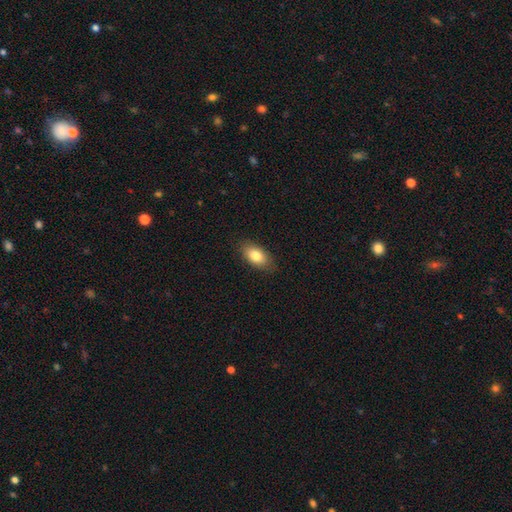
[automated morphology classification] Q: Smooth or featured?
A: smooth (83%); runner-up: featured or disk (10%)
Q: How rounded?
A: in between (91%); runner-up: round (5%)
Q: Merging?
A: none (85%); runner-up: minor disturbance (11%)